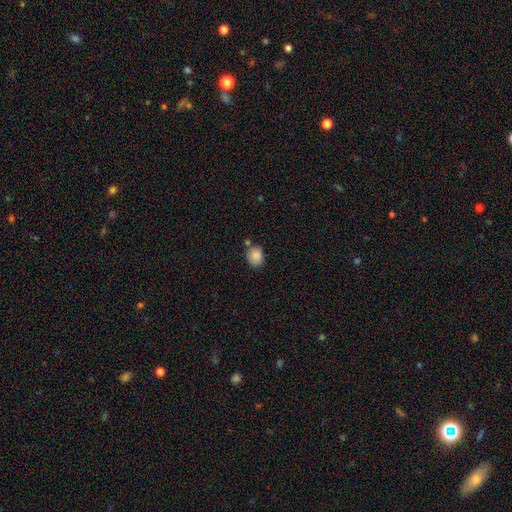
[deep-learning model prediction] smooth 87%, star or artifact 8%, featured or disk 5%. Down the decision tree: how rounded — in between (50%); merging — none (67%).